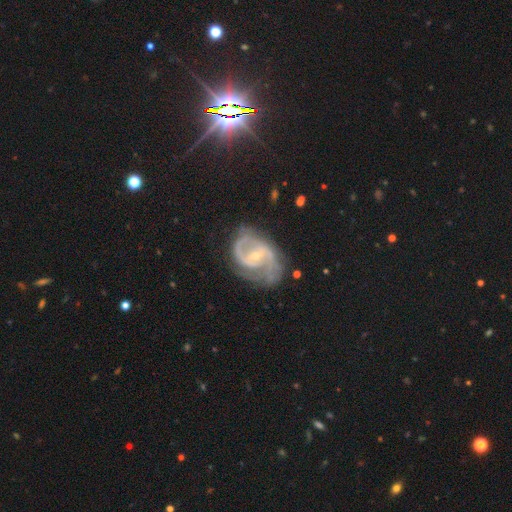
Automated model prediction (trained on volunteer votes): Morphology: type=featured or disk (88%); edge-on=no (97%); bar=weak (48%); spiral arms=yes (95%); winding=medium (51%); arm count=2 (68%); bulge=small (69%); merging=none (58%).